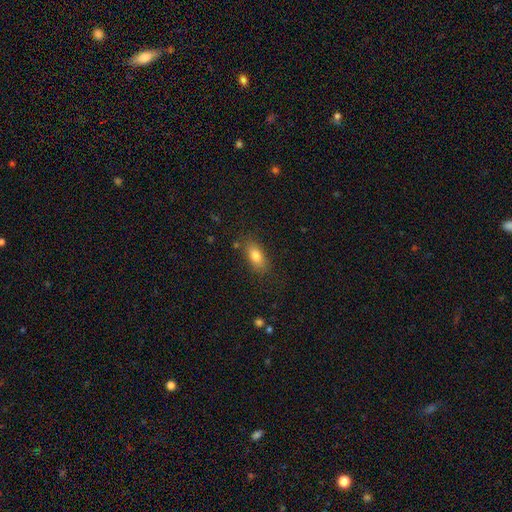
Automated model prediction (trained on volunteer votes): Q: Smooth or featured?
A: smooth (80%); runner-up: featured or disk (11%)
Q: How rounded?
A: in between (84%); runner-up: cigar-shaped (11%)
Q: Merging?
A: none (80%); runner-up: minor disturbance (14%)